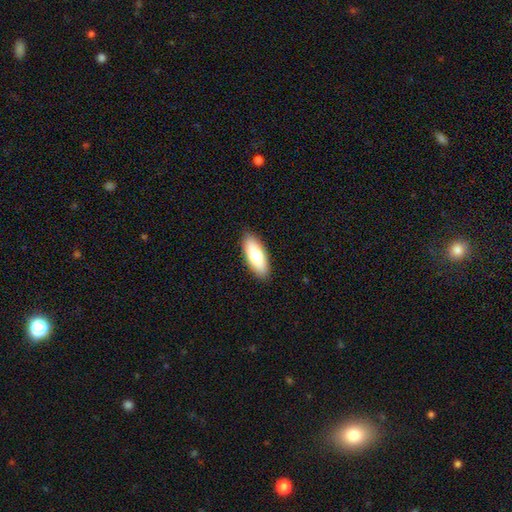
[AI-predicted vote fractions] Morphology: type=smooth (76%); roundness=in between (76%); merging=none (89%).